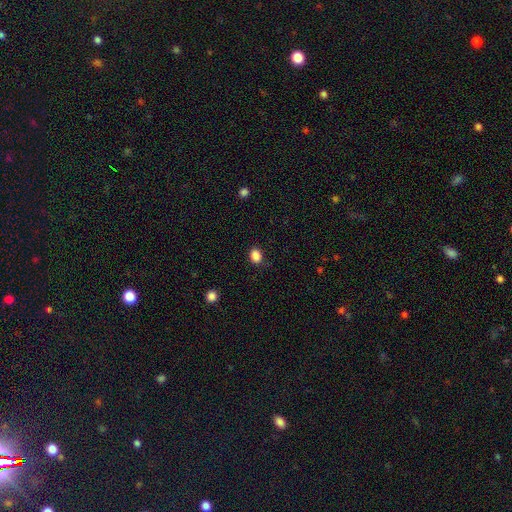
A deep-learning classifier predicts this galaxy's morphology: This appears to be a smooth galaxy with no disk features (87%) that is in between round and cigar-shaped (58%). Merging: none (83%).